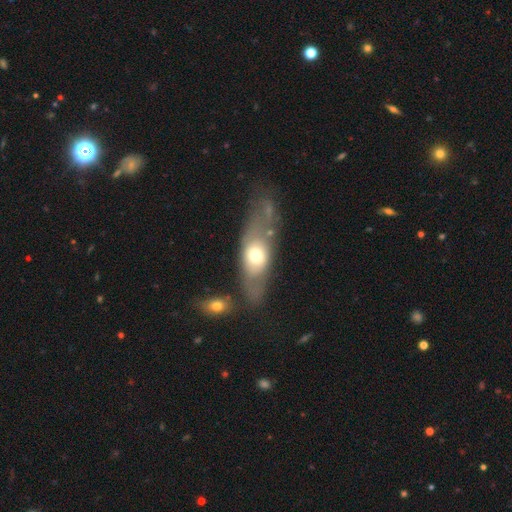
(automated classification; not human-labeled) The model was most divided on "smooth or featured": smooth: 48%, featured or disk: 45%, star or artifact: 7%. More confident: merging — none (57%).